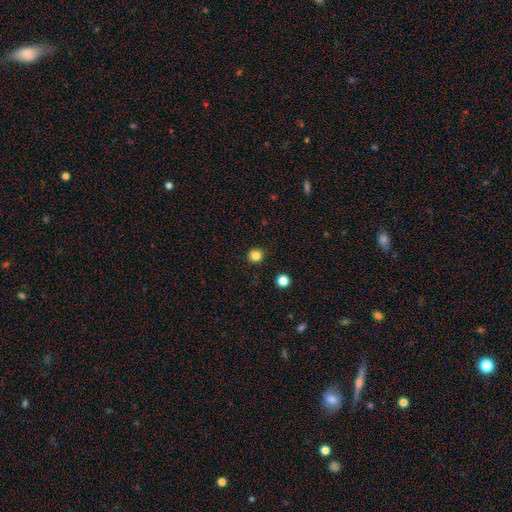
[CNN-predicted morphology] Smooth or featured? Predicted: smooth (p=0.83). How rounded? Predicted: round (p=0.90). Merging? Predicted: none (p=0.91).